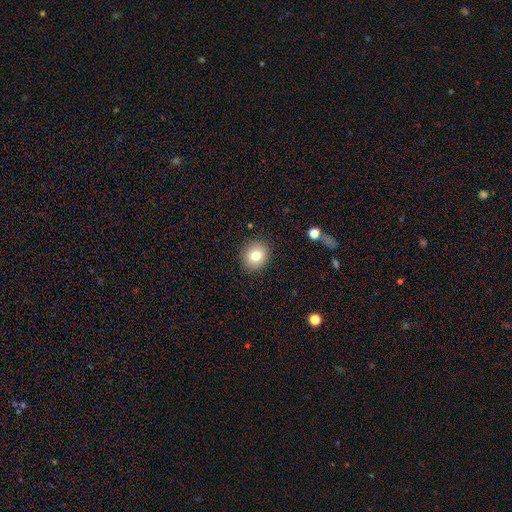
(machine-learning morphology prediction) type=smooth (80%); roundness=round (77%); merging=none (89%).